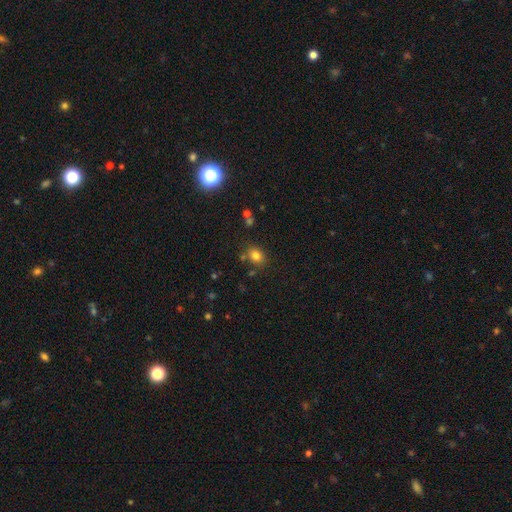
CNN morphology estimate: Smooth or featured? smooth (79%)
How rounded? round (51%)
Merging? none (77%)